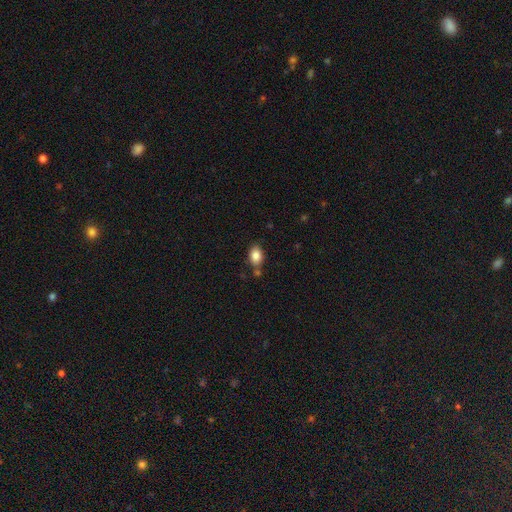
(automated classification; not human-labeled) Overall: smooth (85%). How rounded: in between (80%). Merging: none (73%).